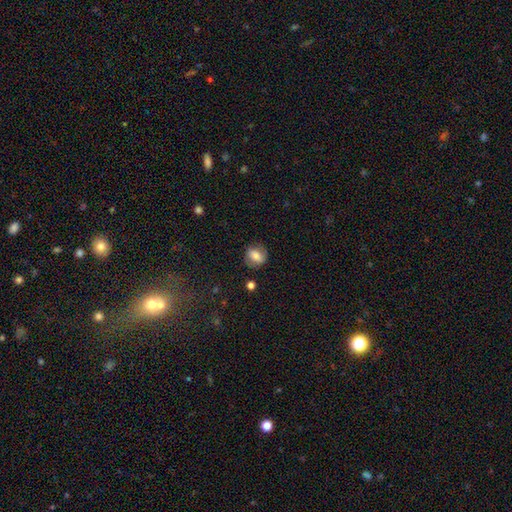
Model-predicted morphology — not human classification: A smooth galaxy with no disk features (69%) that is round (61%).

Vote fractions:
- Smooth or featured? smooth: 69% / featured or disk: 23% / star or artifact: 9%
- How rounded? round: 61% / in between: 37% / cigar-shaped: 1%
- Merging? none: 78% / minor disturbance: 15% / major disturbance: 5% / merger: 2%